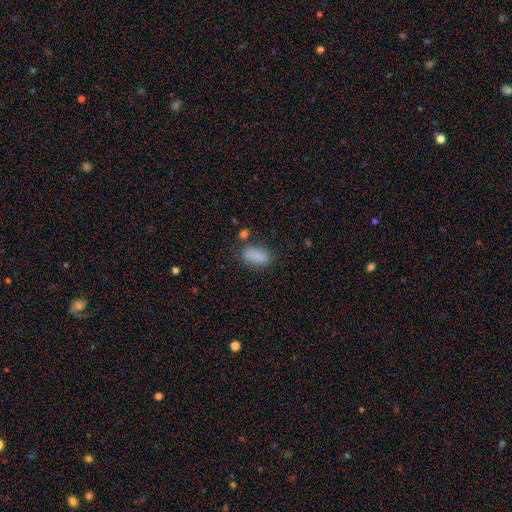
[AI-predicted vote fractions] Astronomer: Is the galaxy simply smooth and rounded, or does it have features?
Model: smooth — 85%.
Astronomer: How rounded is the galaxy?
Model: in between — 89%.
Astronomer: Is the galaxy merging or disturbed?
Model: none — 72%.